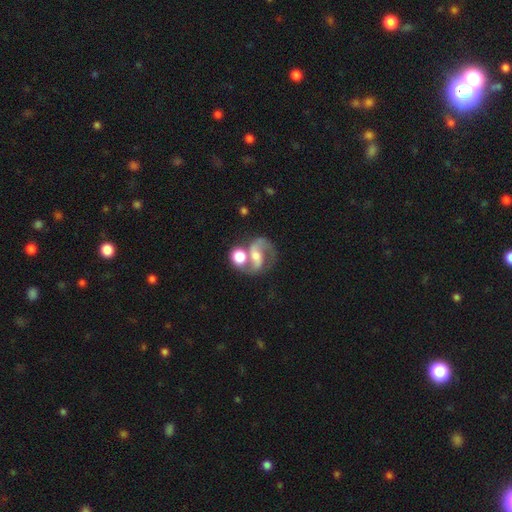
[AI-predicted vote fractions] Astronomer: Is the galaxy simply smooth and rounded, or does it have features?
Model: featured or disk — 76%.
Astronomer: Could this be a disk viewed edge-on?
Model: no — 97%.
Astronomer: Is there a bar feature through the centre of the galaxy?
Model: weak — 38% (runner-up: no, 37%).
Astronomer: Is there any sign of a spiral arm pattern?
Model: yes — 92%.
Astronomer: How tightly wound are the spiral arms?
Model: medium — 51% (runner-up: loose, 36%).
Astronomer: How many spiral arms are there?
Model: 2 — 86%.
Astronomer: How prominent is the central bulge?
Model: moderate — 55%.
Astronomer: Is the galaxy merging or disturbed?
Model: none — 42% (runner-up: merger, 34%).